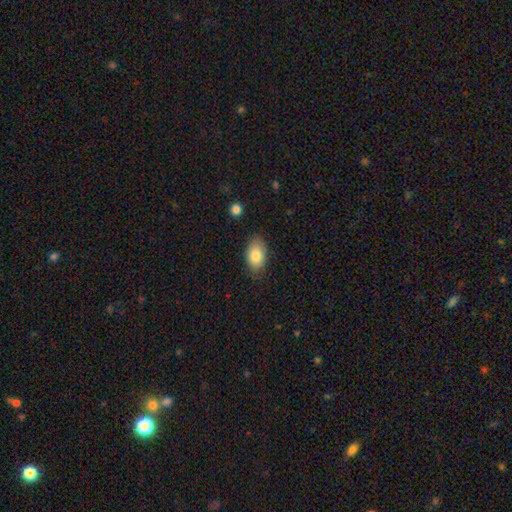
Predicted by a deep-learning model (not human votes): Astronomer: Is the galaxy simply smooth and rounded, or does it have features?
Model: smooth — 82%.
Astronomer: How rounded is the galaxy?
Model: in between — 91%.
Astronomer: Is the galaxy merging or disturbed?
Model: none — 80%.